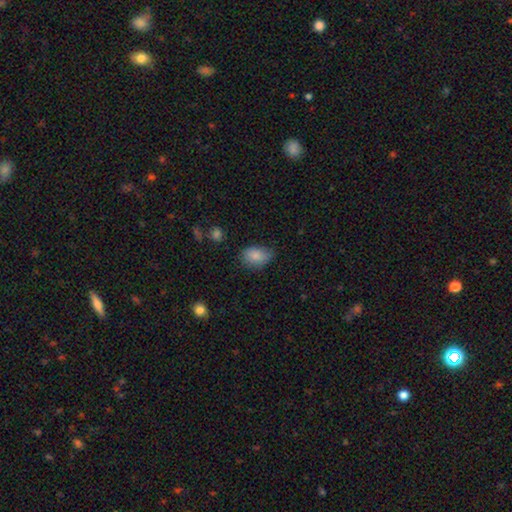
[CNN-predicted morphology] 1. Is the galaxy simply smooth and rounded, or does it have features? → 85% smooth, 8% star or artifact, 6% featured or disk.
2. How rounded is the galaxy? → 81% in between, 18% round, 1% cigar-shaped.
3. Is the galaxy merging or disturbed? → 63% none, 29% minor disturbance, 6% major disturbance, 2% merger.